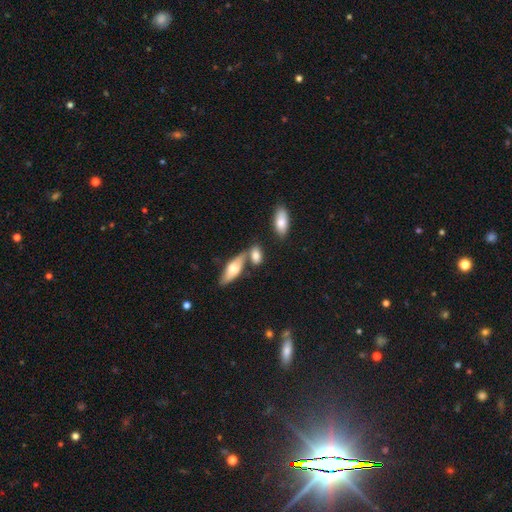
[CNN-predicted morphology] Overall: smooth (74%). How rounded: in between (78%). Merging: none (52%; merger 30%).